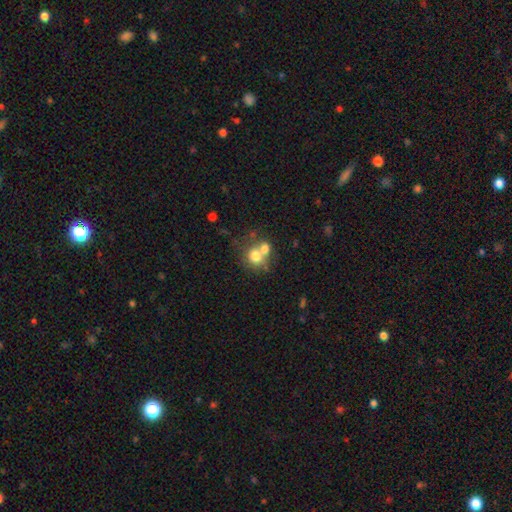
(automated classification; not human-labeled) Smooth or featured?
  - smooth: 71% *
  - featured or disk: 17%
  - star or artifact: 11%
How rounded?
  - round: 78% *
  - in between: 21%
  - cigar-shaped: 1%
Merging?
  - merger: 51% *
  - none: 38%
  - minor disturbance: 8%
  - major disturbance: 4%